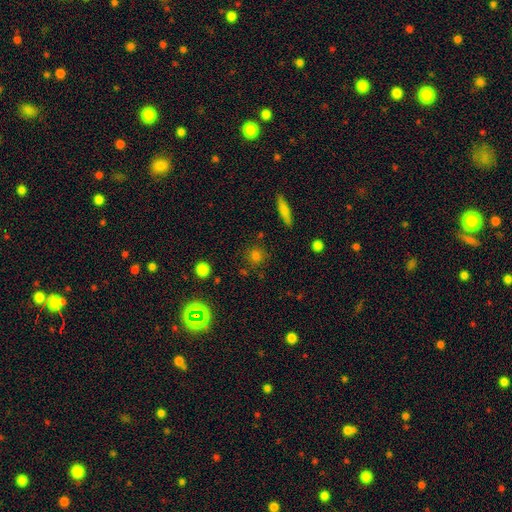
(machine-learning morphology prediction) A smooth galaxy with no disk features (75%) that is round (86%). Merging: none (83%).